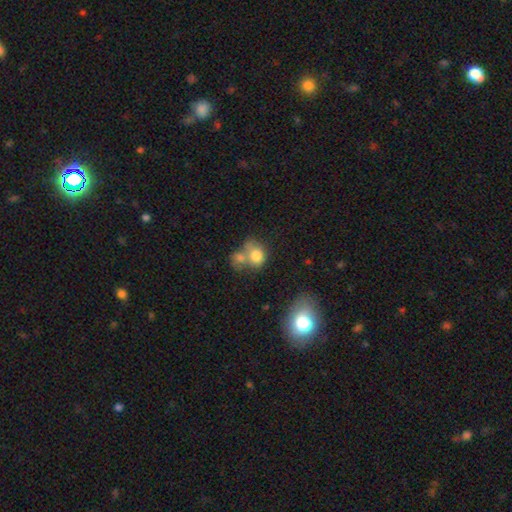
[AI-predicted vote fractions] Smooth or featured?
  - smooth: 76% *
  - featured or disk: 15%
  - star or artifact: 9%
How rounded?
  - round: 56% *
  - in between: 43%
  - cigar-shaped: 1%
Merging?
  - merger: 59% *
  - none: 24%
  - minor disturbance: 10%
  - major disturbance: 7%